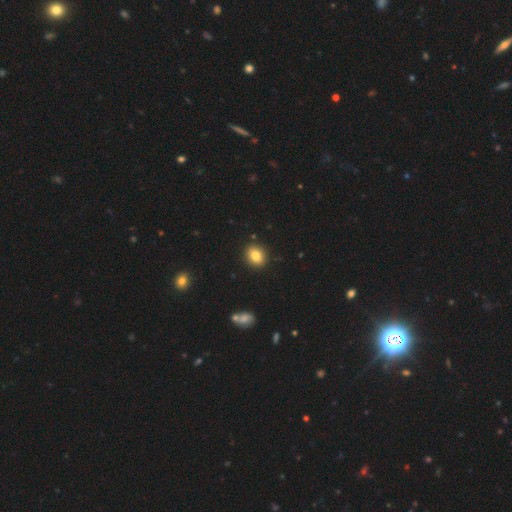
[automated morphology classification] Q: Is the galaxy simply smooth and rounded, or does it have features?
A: smooth — 82%.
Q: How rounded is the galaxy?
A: round — 57%.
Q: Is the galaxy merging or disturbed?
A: none — 90%.